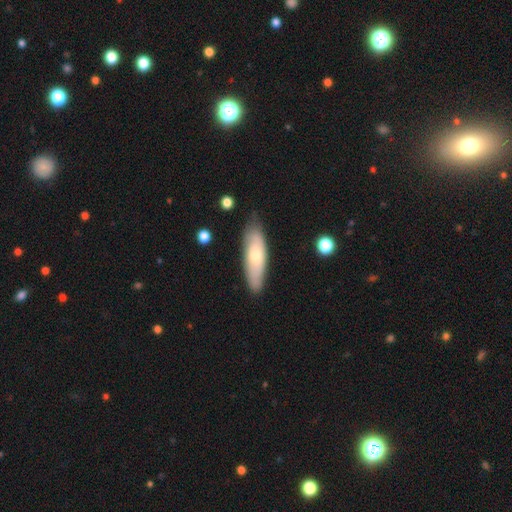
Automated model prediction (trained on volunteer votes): Morphology: type=smooth (59%); roundness=in between (50%); merging=none (76%).